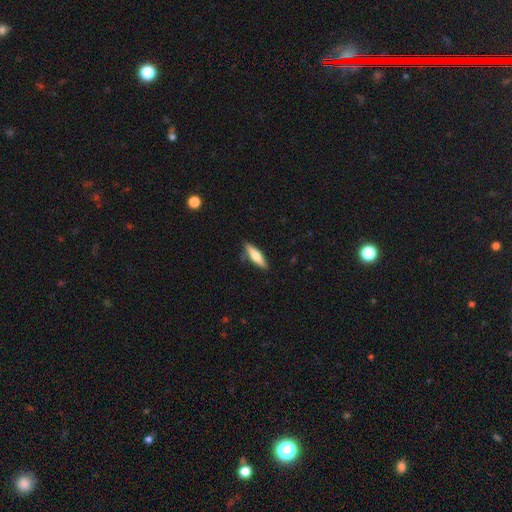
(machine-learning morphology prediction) smooth-or-featured: smooth: 59% | featured or disk: 35% | star or artifact: 6%
  how-rounded: cigar-shaped: 66% | in between: 32% | round: 2%
  merging: none: 81% | minor disturbance: 14% | merger: 3% | major disturbance: 3%